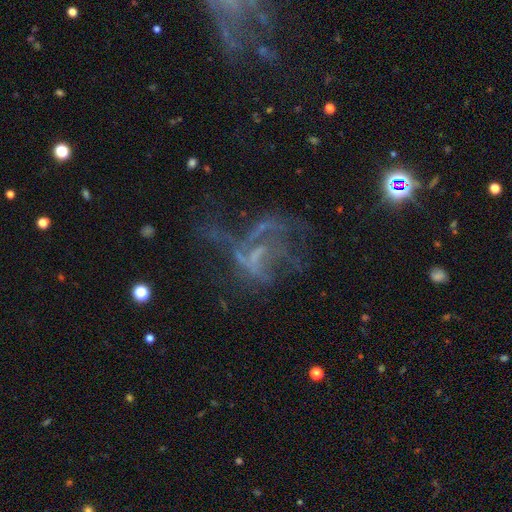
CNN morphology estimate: Overall: featured or disk (56%; star or artifact 30%). Edge-on disk: no (96%). Bar: no (71%). Spiral arms: no (70%). Bulge size: none (67%). Merging: major disturbance (46%; none 32%).